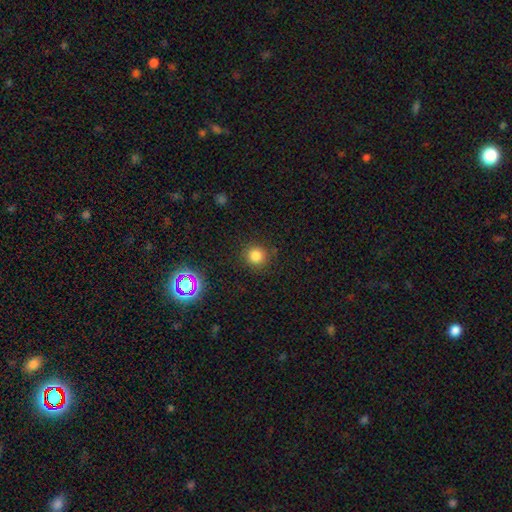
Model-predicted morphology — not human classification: Smooth or featured? smooth (78%)
How rounded? round (92%)
Merging? none (87%)